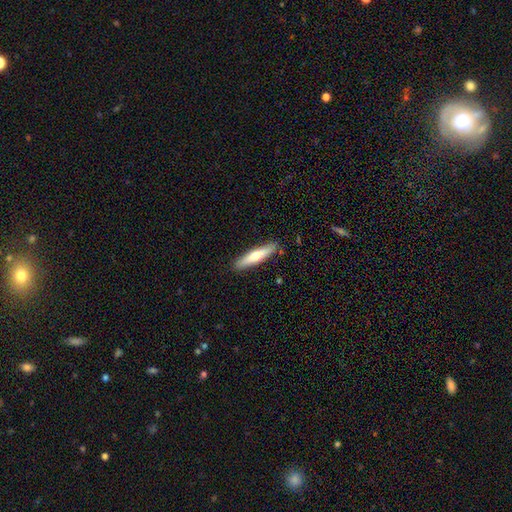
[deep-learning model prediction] Smooth or featured? smooth (57%)
How rounded? cigar-shaped (87%)
Merging? none (88%)